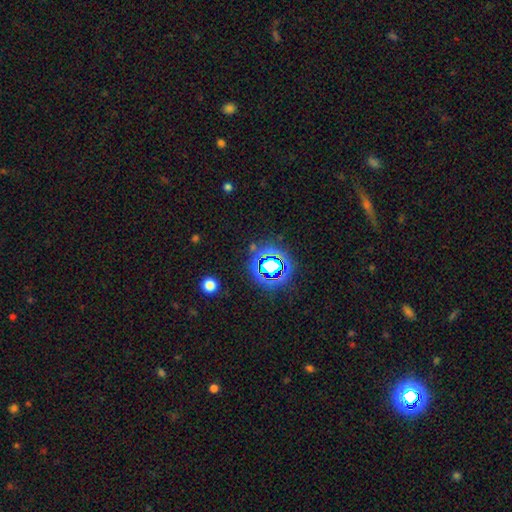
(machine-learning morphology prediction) A star or artifact, not a galaxy (75%).